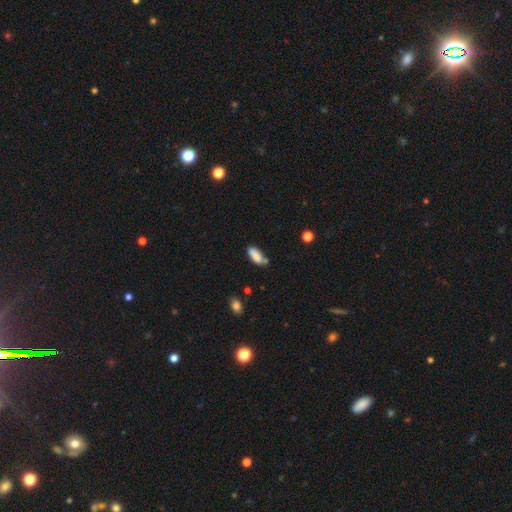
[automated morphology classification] Q: Smooth or featured?
A: smooth (85%); runner-up: star or artifact (8%)
Q: How rounded?
A: in between (78%); runner-up: cigar-shaped (20%)
Q: Merging?
A: none (58%); runner-up: minor disturbance (23%)